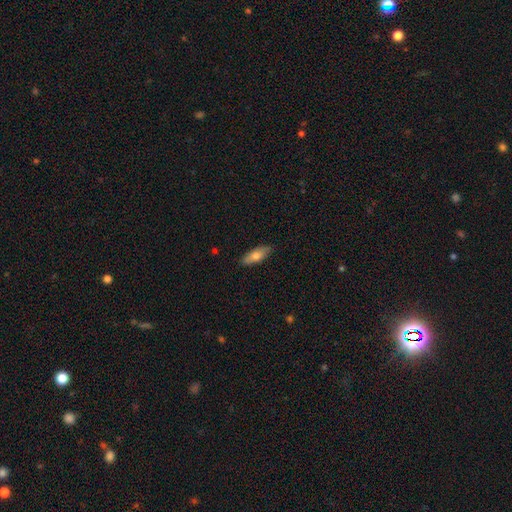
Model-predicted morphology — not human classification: Smooth or featured?
  - smooth: 75% *
  - featured or disk: 19%
  - star or artifact: 6%
How rounded?
  - in between: 67% *
  - cigar-shaped: 30%
  - round: 2%
Merging?
  - none: 86% *
  - minor disturbance: 11%
  - major disturbance: 2%
  - merger: 1%